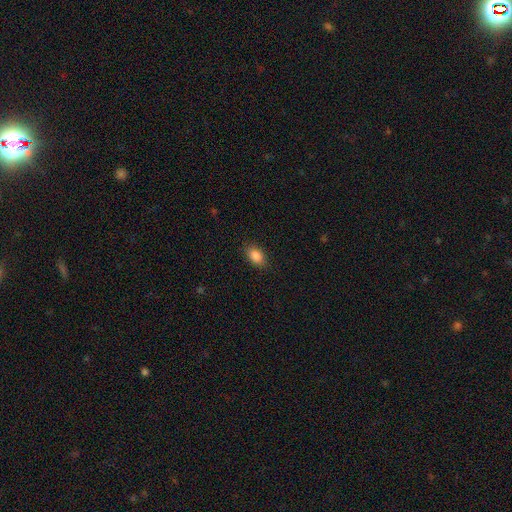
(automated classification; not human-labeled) Smooth or featured: smooth — 87% (star or artifact — 8%)
How rounded: in between — 87% (round — 11%)
Merging: none — 86% (minor disturbance — 10%)